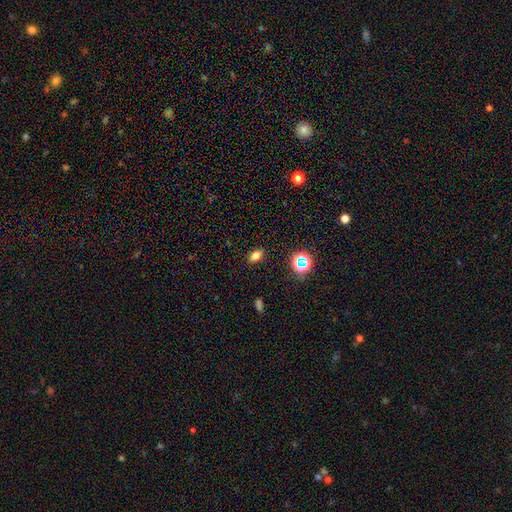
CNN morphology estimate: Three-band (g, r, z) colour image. It shows a smooth galaxy with no disk features (74%) that is in between round and cigar-shaped (84%). Merging: none (88%).